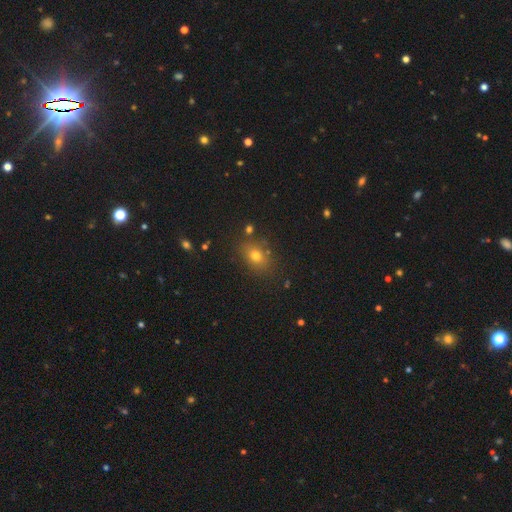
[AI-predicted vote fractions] Smooth or featured?
  - smooth: 71% *
  - star or artifact: 18%
  - featured or disk: 11%
How rounded?
  - in between: 64% *
  - round: 33%
  - cigar-shaped: 2%
Merging?
  - none: 80% *
  - minor disturbance: 12%
  - merger: 4%
  - major disturbance: 4%